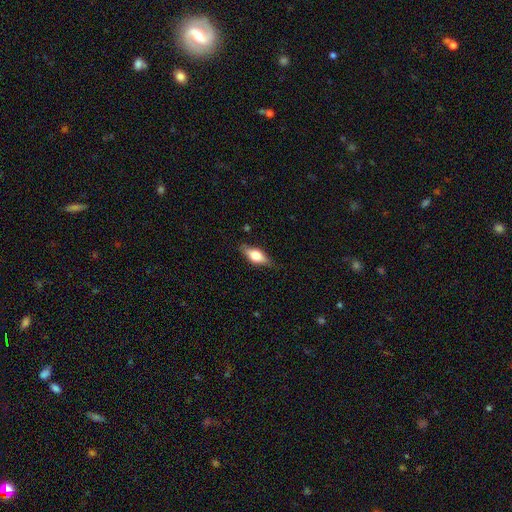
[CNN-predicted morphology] smooth-or-featured: smooth: 53% | featured or disk: 40% | star or artifact: 7%
  how-rounded: in between: 72% | cigar-shaped: 24% | round: 5%
  merging: none: 81% | minor disturbance: 15% | major disturbance: 3% | merger: 1%